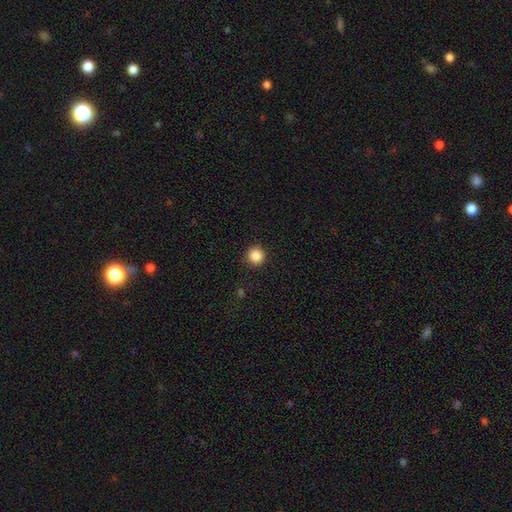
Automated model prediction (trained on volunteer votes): smooth-or-featured: smooth: 86% | star or artifact: 11% | featured or disk: 4%
  how-rounded: round: 95% | in between: 4% | cigar-shaped: 1%
  merging: none: 92% | minor disturbance: 5% | major disturbance: 2% | merger: 1%